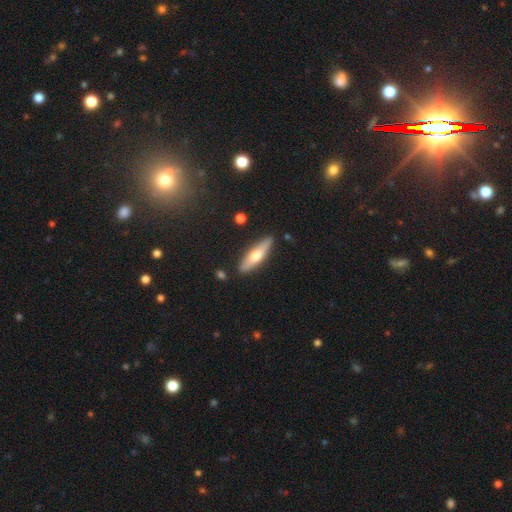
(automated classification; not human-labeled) smooth-or-featured: smooth: 52% | featured or disk: 43% | star or artifact: 6%
  how-rounded: cigar-shaped: 67% | in between: 31% | round: 2%
  merging: none: 86% | minor disturbance: 10% | merger: 2% | major disturbance: 2%